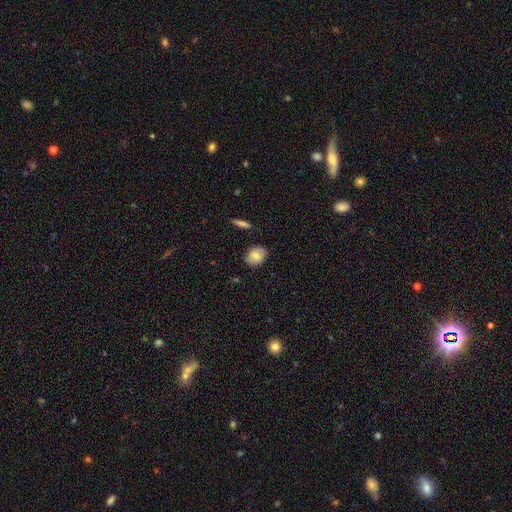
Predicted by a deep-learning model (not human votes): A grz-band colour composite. It shows a smooth galaxy with no disk features (76%) that is in between round and cigar-shaped (65%). Merging: none (85%).